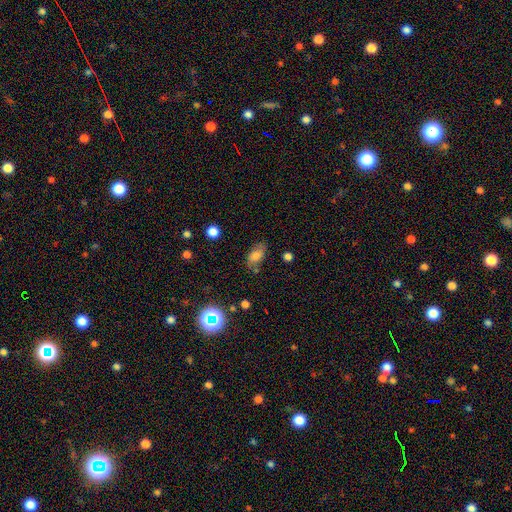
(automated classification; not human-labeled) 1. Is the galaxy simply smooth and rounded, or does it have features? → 71% smooth, 17% featured or disk, 12% star or artifact.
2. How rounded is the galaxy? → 87% in between, 7% round, 5% cigar-shaped.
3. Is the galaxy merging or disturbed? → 70% none, 21% minor disturbance, 6% major disturbance, 4% merger.